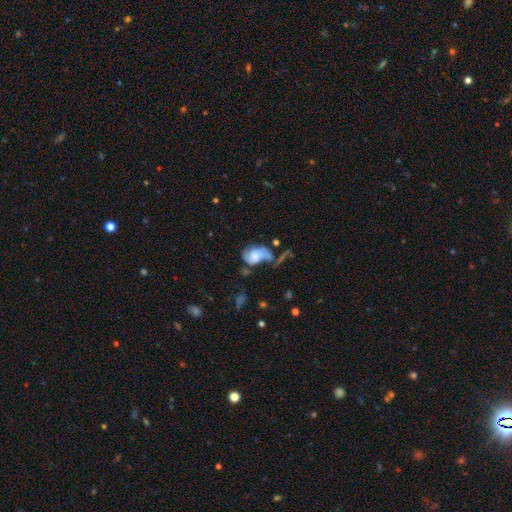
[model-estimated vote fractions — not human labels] Smooth or featured: featured or disk — 49% (smooth — 42%)
Merging: major disturbance — 32% (none — 26%)